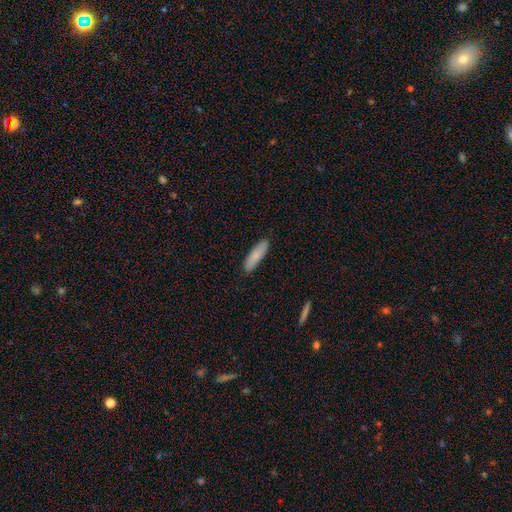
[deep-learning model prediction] smooth_or_featured: smooth (p=0.82) [alt: featured or disk p=0.12]
how_rounded: cigar-shaped (p=0.66) [alt: in between p=0.32]
merging: none (p=0.89) [alt: minor disturbance p=0.08]